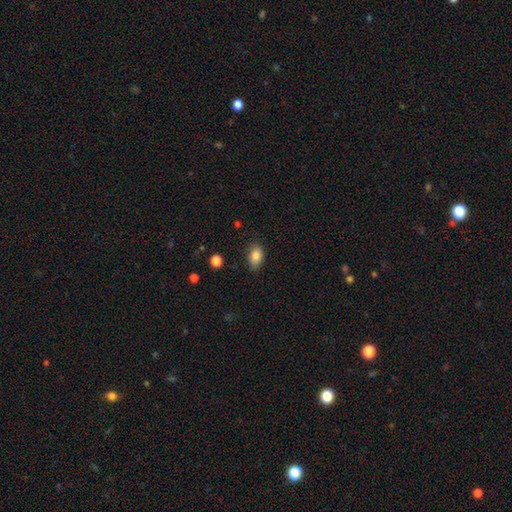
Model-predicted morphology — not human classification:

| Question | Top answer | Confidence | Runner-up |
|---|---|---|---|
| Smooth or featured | smooth | 85% | star or artifact (9%) |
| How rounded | in between | 85% | round (14%) |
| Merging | none | 78% | minor disturbance (17%) |